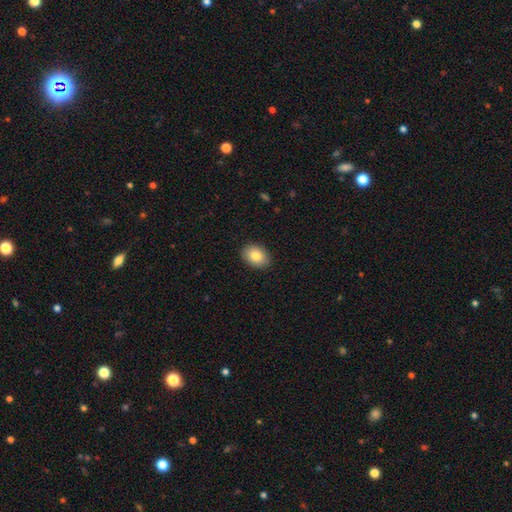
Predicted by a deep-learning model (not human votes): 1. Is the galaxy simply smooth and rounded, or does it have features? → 83% smooth, 10% featured or disk, 8% star or artifact.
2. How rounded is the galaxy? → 78% in between, 21% round, 1% cigar-shaped.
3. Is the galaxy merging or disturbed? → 90% none, 7% minor disturbance, 2% major disturbance, 1% merger.